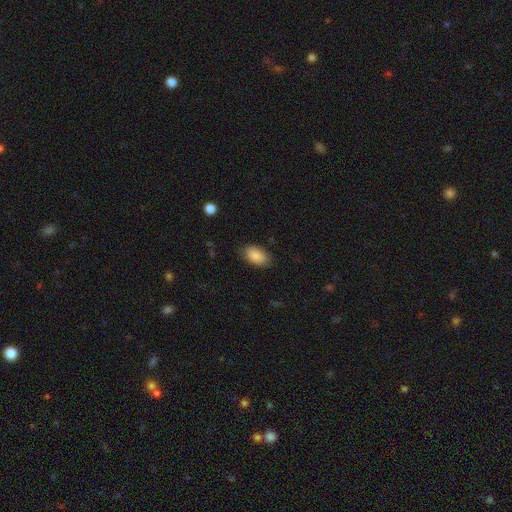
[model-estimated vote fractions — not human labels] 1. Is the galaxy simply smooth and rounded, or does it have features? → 87% smooth, 7% star or artifact, 6% featured or disk.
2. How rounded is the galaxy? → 93% in between, 6% round, 2% cigar-shaped.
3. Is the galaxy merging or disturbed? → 83% none, 13% minor disturbance, 3% major disturbance, 1% merger.